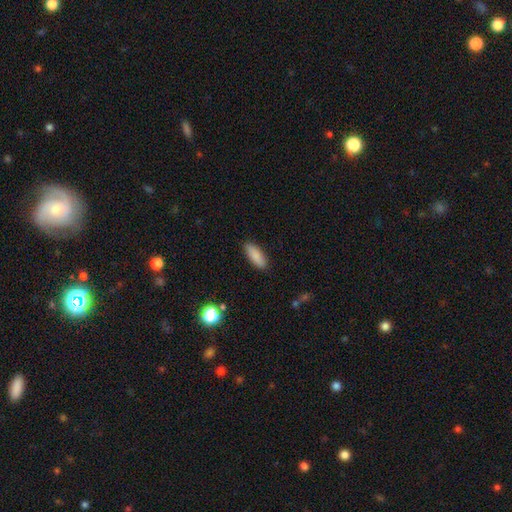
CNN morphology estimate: A smooth galaxy with no disk features (87%) that is in between round and cigar-shaped (69%). Merging: none (87%).